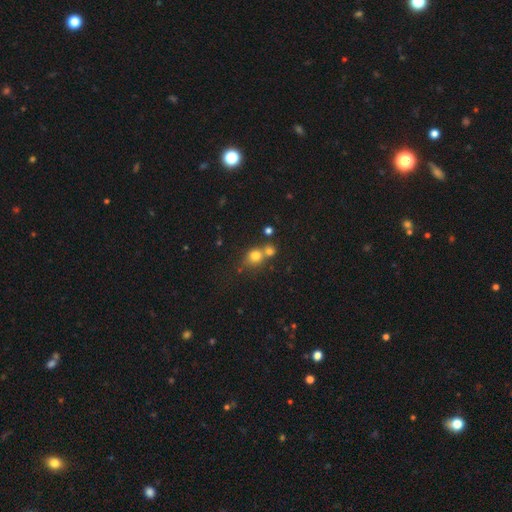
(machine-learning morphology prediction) Smooth or featured: smooth — 76% (star or artifact — 14%)
How rounded: round — 75% (in between — 24%)
Merging: merger — 43% (tied with none — 43%)